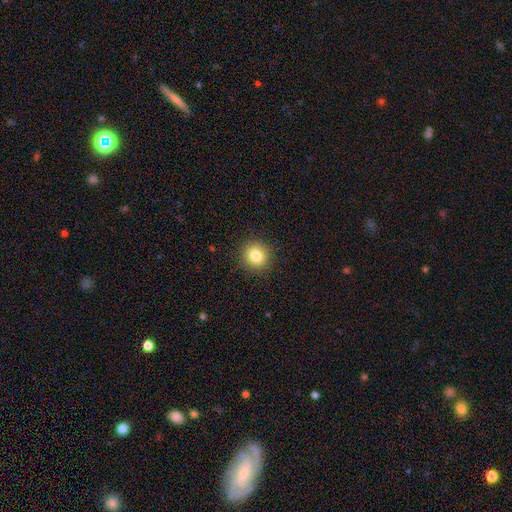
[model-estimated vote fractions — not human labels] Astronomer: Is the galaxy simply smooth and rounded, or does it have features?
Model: smooth — 82%.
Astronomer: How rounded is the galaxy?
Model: round — 91%.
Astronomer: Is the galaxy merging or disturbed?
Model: none — 91%.